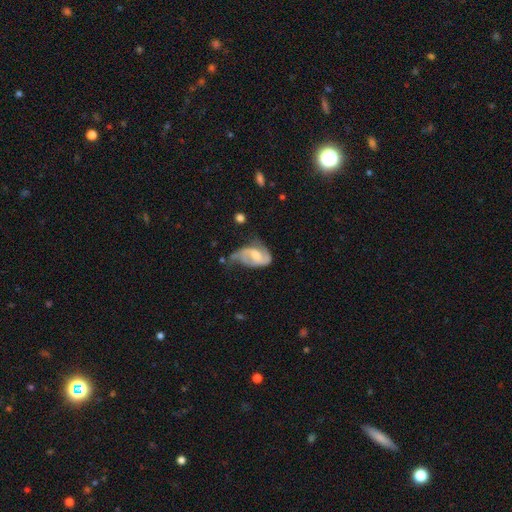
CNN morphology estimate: Q: Smooth or featured?
A: featured or disk (75%); runner-up: smooth (19%)
Q: Edge-on disk?
A: no (97%); runner-up: yes (3%)
Q: Bar?
A: weak (47%); runner-up: no (38%)
Q: Spiral arms?
A: yes (91%); runner-up: no (9%)
Q: Spiral winding?
A: medium (48%); runner-up: loose (29%)
Q: Spiral arm count?
A: 2 (79%); runner-up: can't tell (8%)
Q: Bulge size?
A: moderate (46%); runner-up: small (25%)
Q: Merging?
A: major disturbance (32%); tied with: minor disturbance (32%)